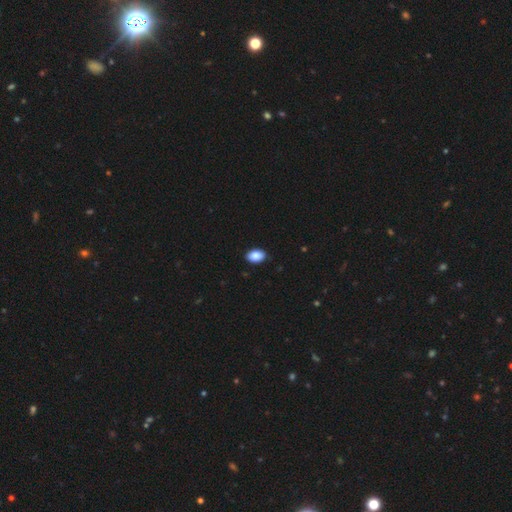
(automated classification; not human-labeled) This appears to be a smooth galaxy with no disk features (89%) that is in between round and cigar-shaped (88%). Merging: none (90%).